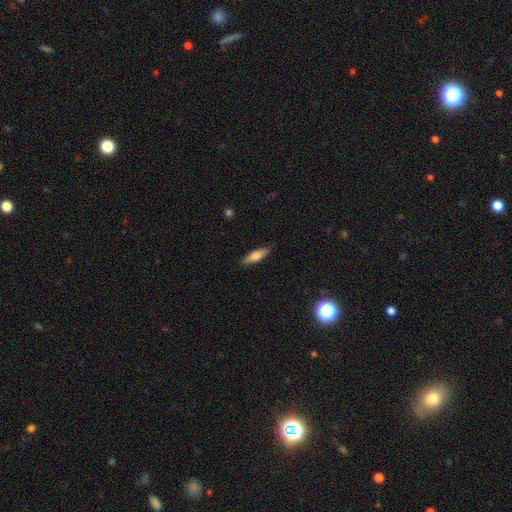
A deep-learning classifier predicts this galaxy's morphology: smooth 67%, featured or disk 26%, star or artifact 6%. Down the decision tree: how rounded — cigar-shaped (56%); merging — none (88%).